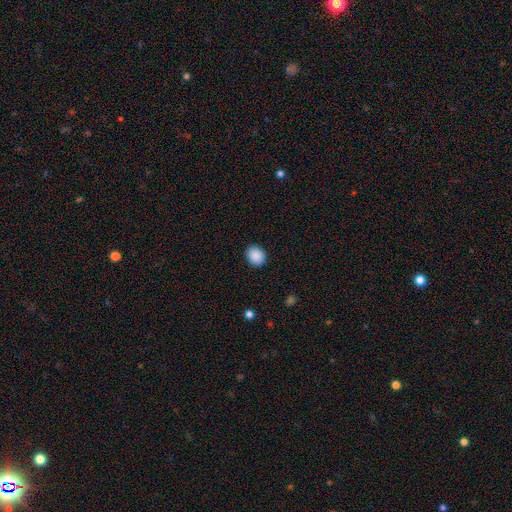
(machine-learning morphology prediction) Smooth or featured? smooth (89%)
How rounded? round (64%)
Merging? none (89%)